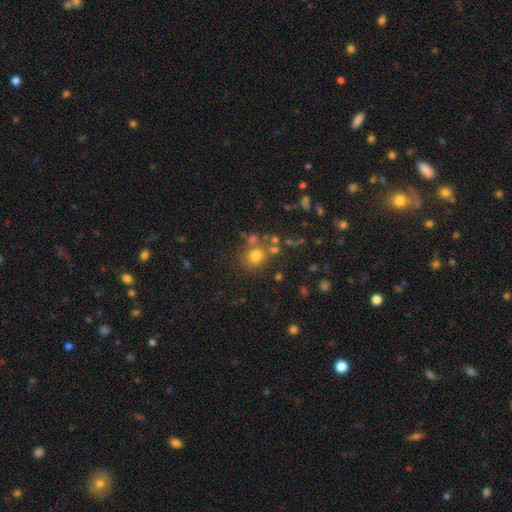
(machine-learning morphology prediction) Overall: smooth (73%). How rounded: round (83%). Merging: none (68%).